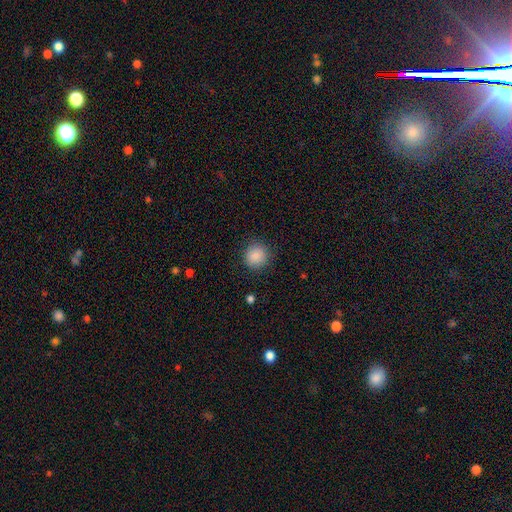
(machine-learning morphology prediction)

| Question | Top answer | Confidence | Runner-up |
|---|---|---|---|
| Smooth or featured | smooth | 88% | star or artifact (9%) |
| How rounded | round | 91% | in between (8%) |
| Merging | none | 88% | minor disturbance (8%) |